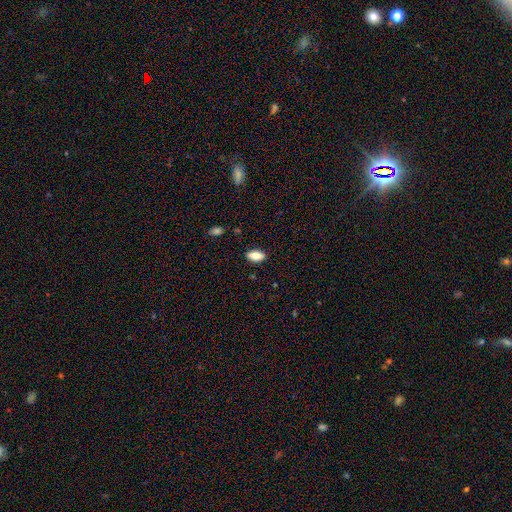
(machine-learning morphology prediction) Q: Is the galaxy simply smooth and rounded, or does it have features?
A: smooth — 85%.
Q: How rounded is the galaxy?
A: in between — 88%.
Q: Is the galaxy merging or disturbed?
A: none — 87%.